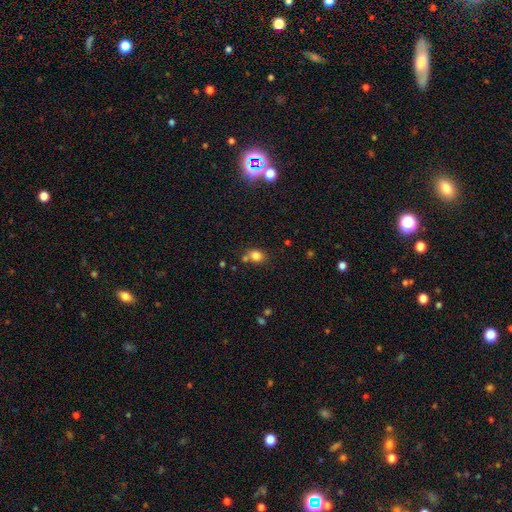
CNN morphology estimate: smooth_or_featured: smooth (p=0.80) [alt: star or artifact p=0.13]
how_rounded: round (p=0.59) [alt: in between p=0.40]
merging: none (p=0.59) [alt: merger p=0.22]